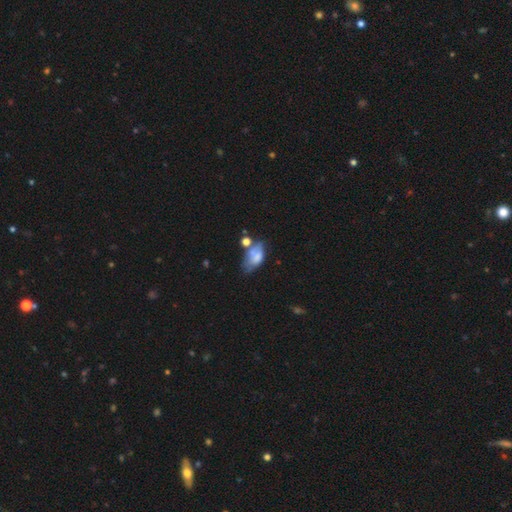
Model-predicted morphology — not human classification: A smooth galaxy with no disk features (59%) that is in between round and cigar-shaped (90%).

Vote fractions:
- Smooth or featured? smooth: 59% / featured or disk: 31% / star or artifact: 10%
- How rounded? in between: 90% / round: 7% / cigar-shaped: 3%
- Merging? none: 28% (tied) / minor disturbance: 28% (tied) / merger: 24% / major disturbance: 20%